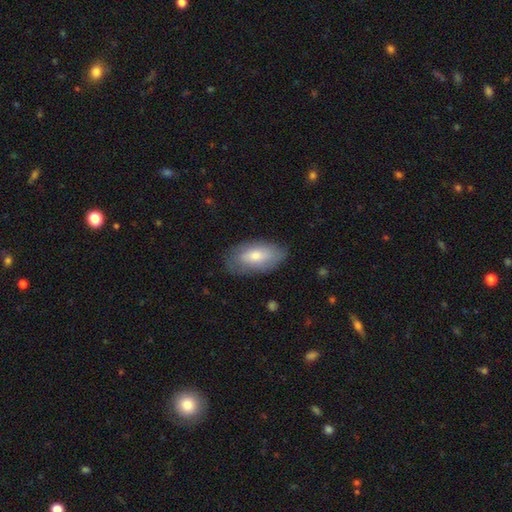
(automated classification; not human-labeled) Morphology: type=smooth (67%); roundness=in between (92%); merging=none (79%).